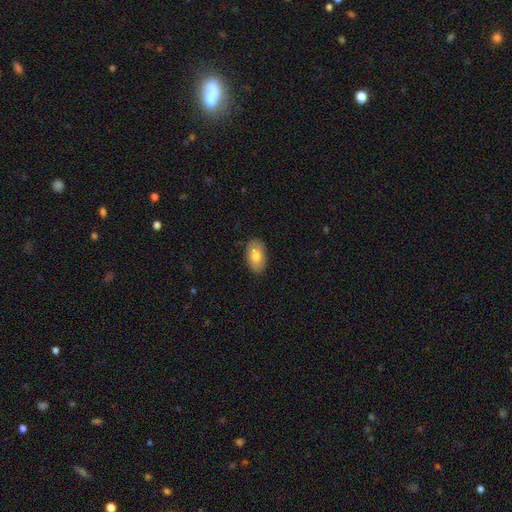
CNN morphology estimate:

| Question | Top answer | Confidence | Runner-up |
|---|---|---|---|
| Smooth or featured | smooth | 79% | featured or disk (15%) |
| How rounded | in between | 93% | round (6%) |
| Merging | none | 86% | minor disturbance (11%) |